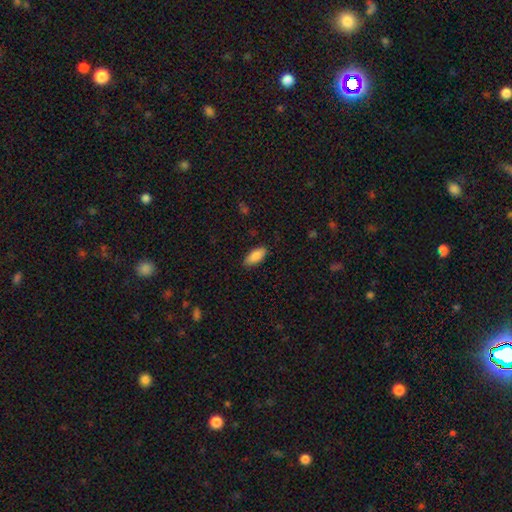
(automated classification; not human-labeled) A smooth galaxy with no disk features (88%) that is in between round and cigar-shaped (85%). Merging: none (87%).